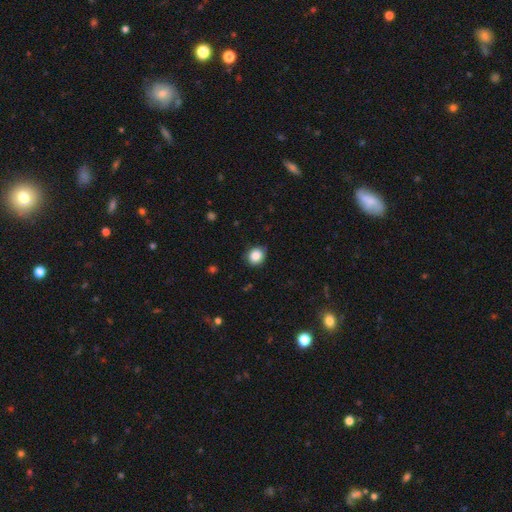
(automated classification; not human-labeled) Smooth or featured?
  - smooth: 86% *
  - star or artifact: 9%
  - featured or disk: 4%
How rounded?
  - round: 80% *
  - in between: 19%
  - cigar-shaped: 1%
Merging?
  - none: 84% *
  - minor disturbance: 13%
  - major disturbance: 2%
  - merger: 1%